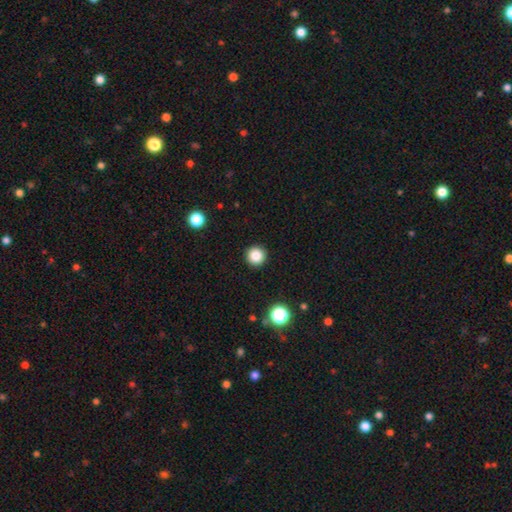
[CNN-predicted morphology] Smooth or featured? smooth (84%)
How rounded? round (96%)
Merging? none (93%)